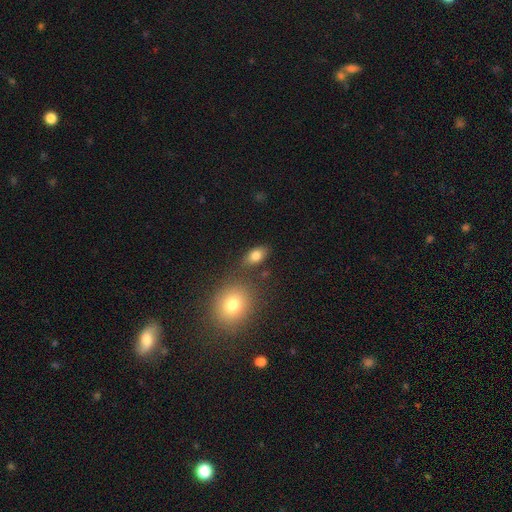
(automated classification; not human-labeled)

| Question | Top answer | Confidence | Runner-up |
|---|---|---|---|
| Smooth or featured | smooth | 81% | star or artifact (10%) |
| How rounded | in between | 85% | round (12%) |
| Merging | none | 73% | minor disturbance (14%) |